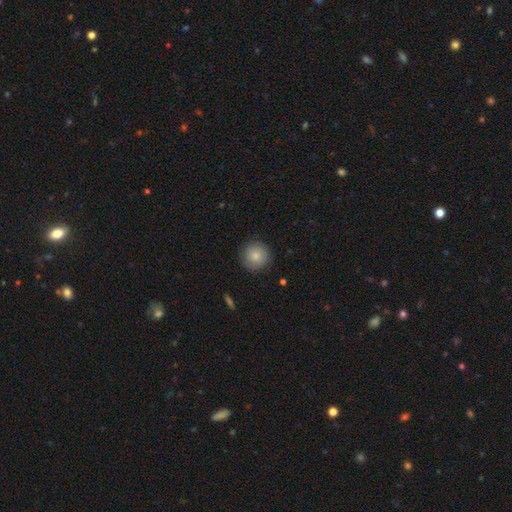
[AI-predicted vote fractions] Smooth or featured? Predicted: smooth (p=0.83). How rounded? Predicted: round (p=0.95). Merging? Predicted: none (p=0.89).